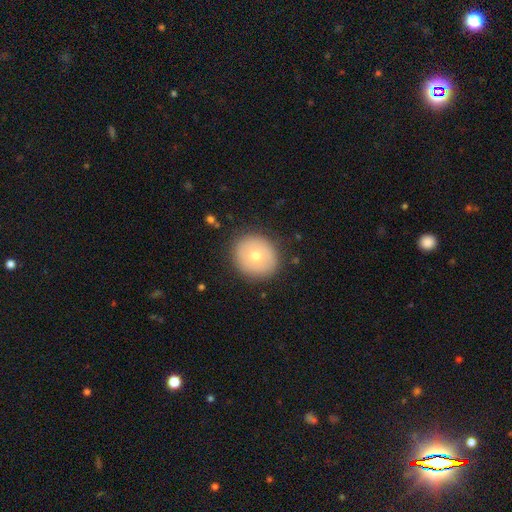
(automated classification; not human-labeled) Smooth or featured? smooth (63%)
How rounded? round (84%)
Merging? none (87%)